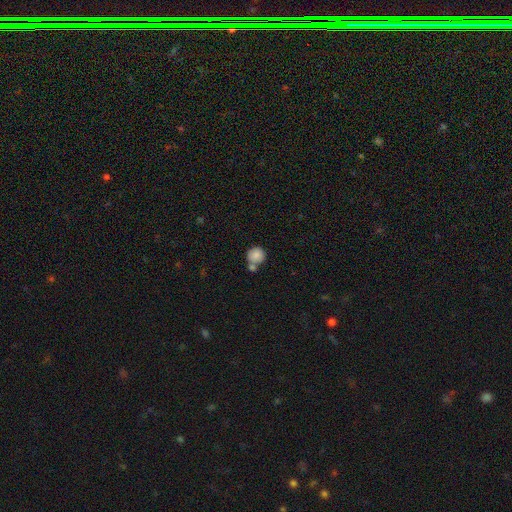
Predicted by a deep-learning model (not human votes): Smooth or featured: smooth — 85% (star or artifact — 8%)
How rounded: round — 91% (in between — 8%)
Merging: none — 55% (merger — 31%)